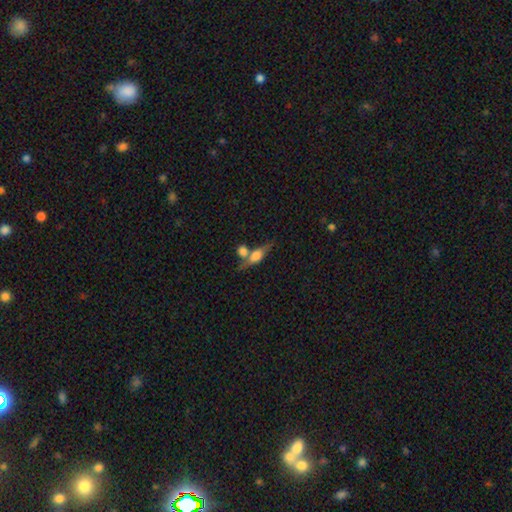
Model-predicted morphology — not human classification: Overall: featured or disk (51%; smooth 40%). Edge-on disk: yes (80%). Merging: none (42%; merger 39%).